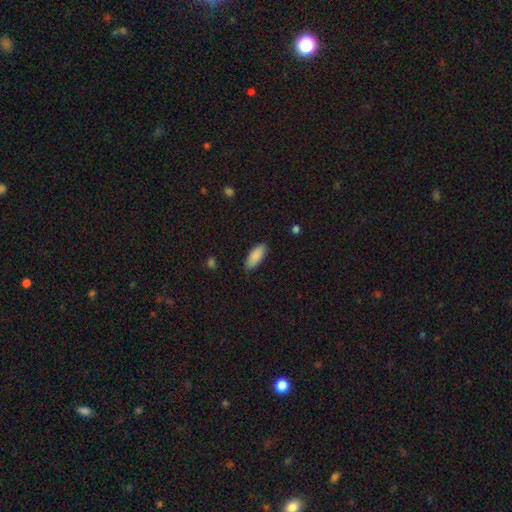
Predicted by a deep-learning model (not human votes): Q: Smooth or featured?
A: smooth (89%); runner-up: star or artifact (6%)
Q: How rounded?
A: in between (78%); runner-up: cigar-shaped (20%)
Q: Merging?
A: none (85%); runner-up: minor disturbance (11%)